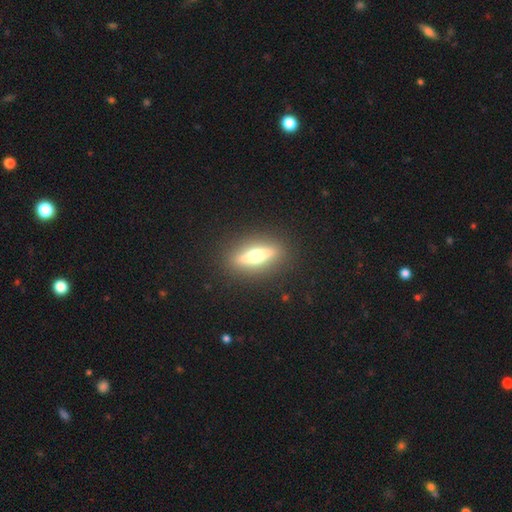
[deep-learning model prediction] smooth-or-featured: featured or disk: 62% | smooth: 30% | star or artifact: 8%
  disk-edge-on: yes: 87% | no: 13%
    edge-on-bulge: rounded: 95% | boxy: 3% | none: 2%
  merging: none: 89% | minor disturbance: 7% | major disturbance: 3% | merger: 1%